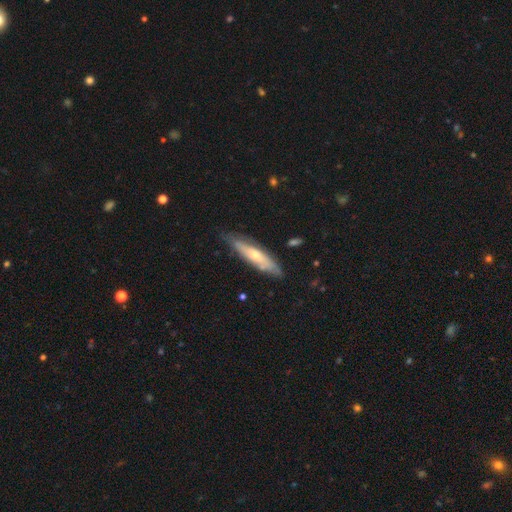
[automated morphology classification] Smooth or featured? featured or disk (51%)
Edge-on disk? yes (56%)
Merging? none (74%)